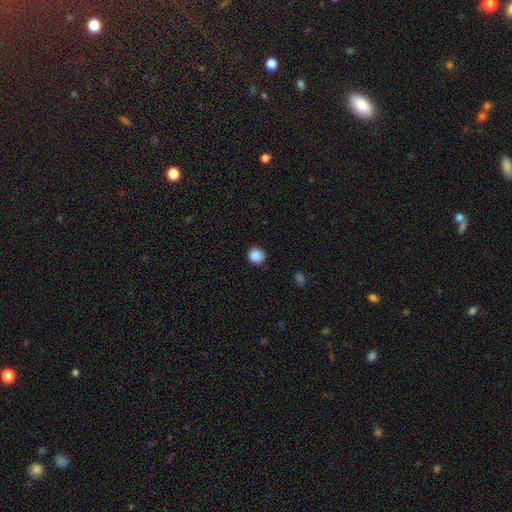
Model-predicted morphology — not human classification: Smooth or featured: smooth — 88% (star or artifact — 9%)
How rounded: round — 91% (in between — 8%)
Merging: none — 88% (minor disturbance — 9%)